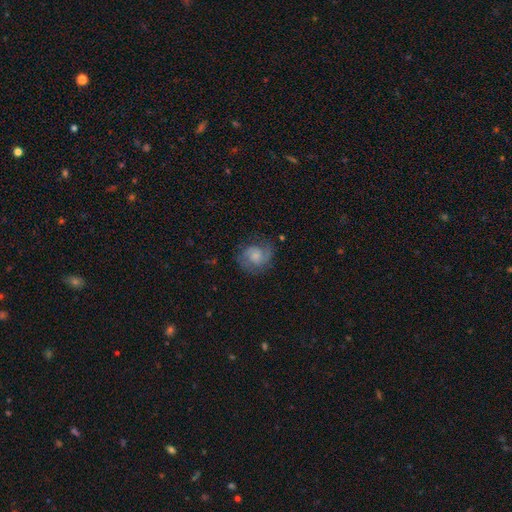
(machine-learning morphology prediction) featured or disk 70%, smooth 23%, star or artifact 8%. Down the decision tree: edge-on disk — no (98%); bar — no (65%); spiral arms — yes (94%); spiral arm count — 2 (82%); spiral winding — medium (48%); bulge size — small (42%); merging — none (71%).